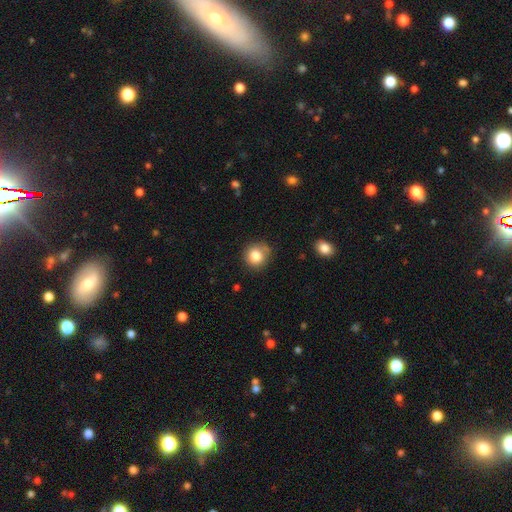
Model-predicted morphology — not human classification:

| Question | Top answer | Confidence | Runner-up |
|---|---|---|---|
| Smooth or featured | smooth | 83% | star or artifact (10%) |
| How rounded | round | 89% | in between (10%) |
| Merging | none | 76% | minor disturbance (17%) |